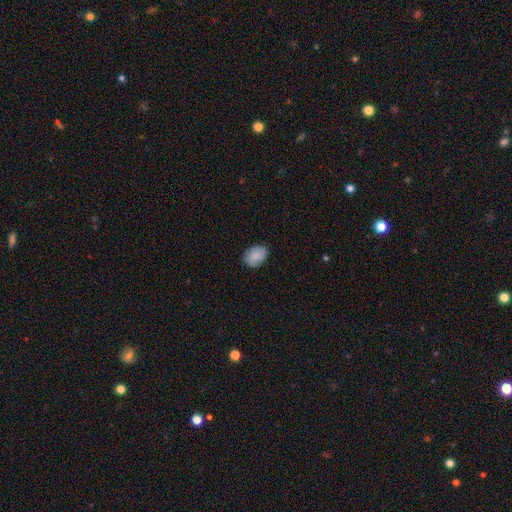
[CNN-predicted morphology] smooth_or_featured: smooth (p=0.86) [alt: featured or disk p=0.07]
how_rounded: in between (p=0.79) [alt: round p=0.20]
merging: none (p=0.84) [alt: minor disturbance p=0.13]